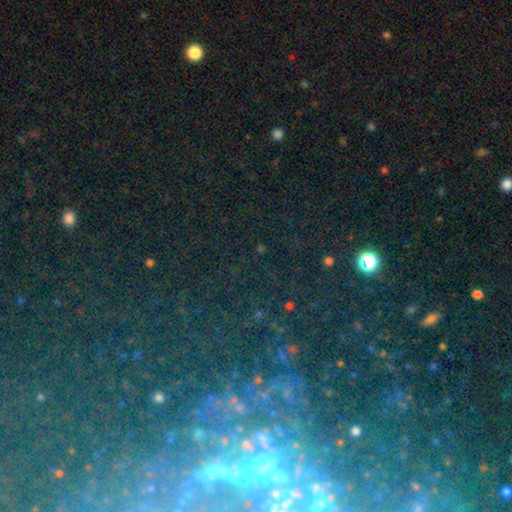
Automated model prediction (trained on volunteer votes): A star or artifact, not a galaxy (59%).

Vote fractions:
- Smooth or featured? star or artifact: 59% / featured or disk: 25% / smooth: 15%